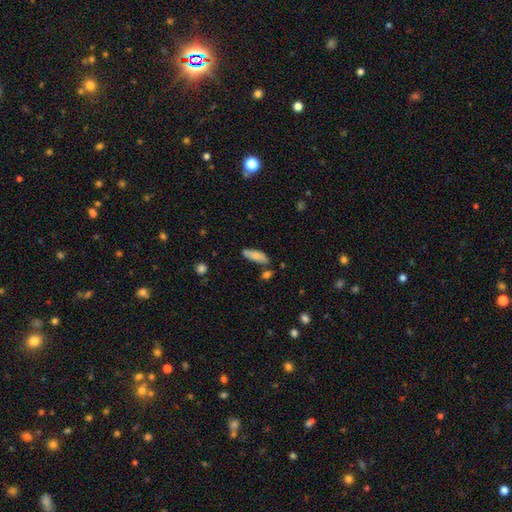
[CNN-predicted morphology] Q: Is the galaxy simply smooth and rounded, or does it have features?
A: smooth — 77%.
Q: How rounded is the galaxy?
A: in between — 68%.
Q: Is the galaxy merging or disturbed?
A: none — 67%.